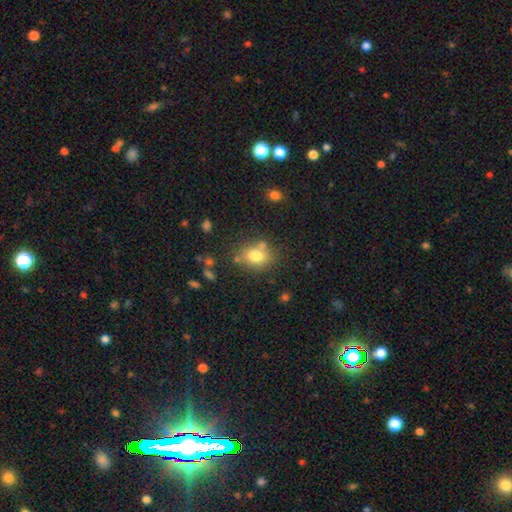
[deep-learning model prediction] A smooth galaxy with no disk features (77%) that is round (54%). Merging: none (68%).